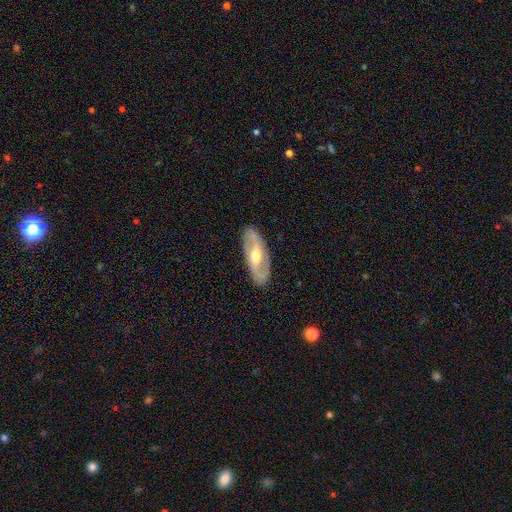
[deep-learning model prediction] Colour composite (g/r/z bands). It shows a featured or disk galaxy (81%) with a weak bar (44%), 2 (90%) medium (44%) spiral arms (86%) and a moderate central bulge (69%). Merging: none (87%).